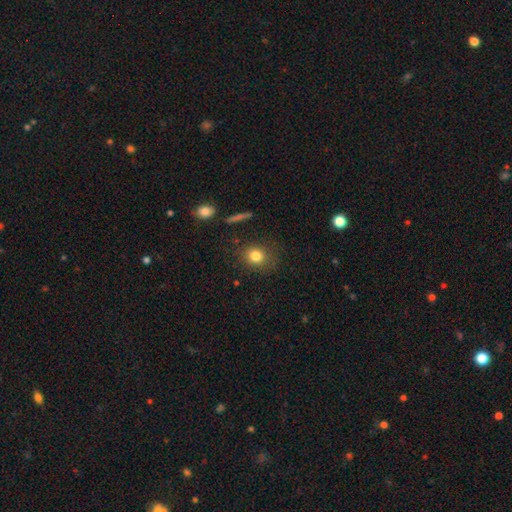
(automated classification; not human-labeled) Morphology: type=smooth (81%); roundness=round (70%); merging=none (82%).